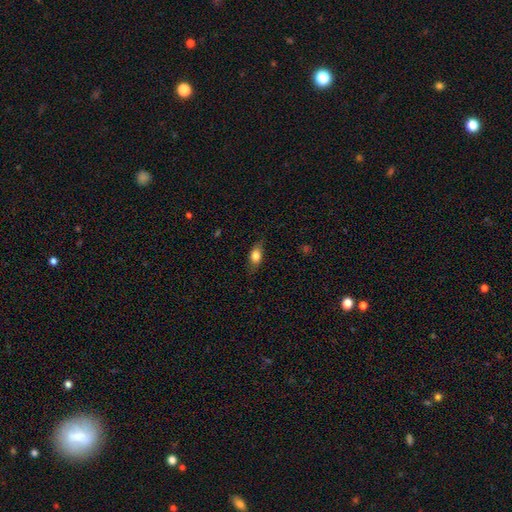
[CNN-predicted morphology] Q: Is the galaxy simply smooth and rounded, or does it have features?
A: smooth — 77%.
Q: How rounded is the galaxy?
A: in between — 79%.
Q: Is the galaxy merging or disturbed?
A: none — 76%.